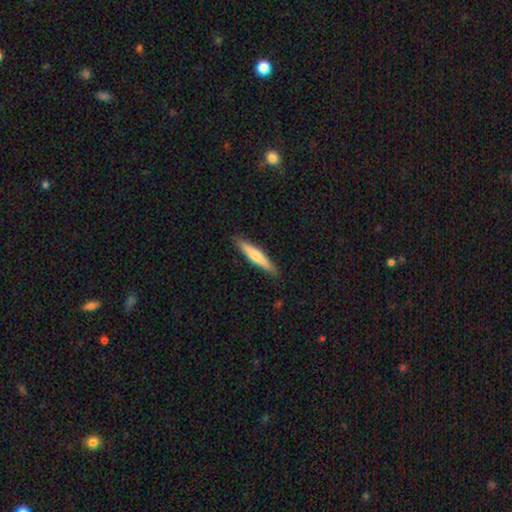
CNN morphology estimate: The model was most divided on "smooth or featured": smooth: 63%, featured or disk: 32%, star or artifact: 5%. More confident: how rounded — cigar-shaped (89%); merging — none (89%).